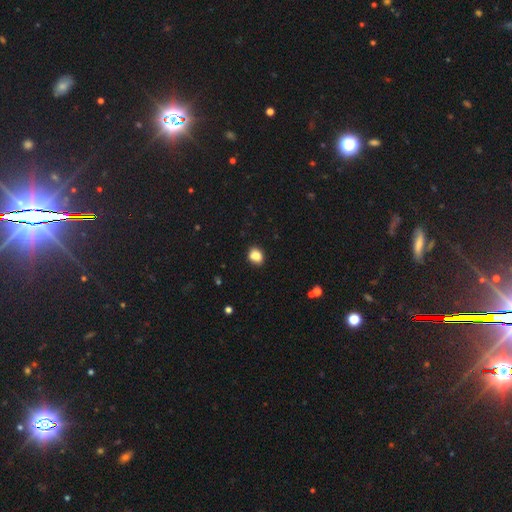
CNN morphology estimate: type=smooth (85%); roundness=in between (49%, tied with round); merging=none (82%).